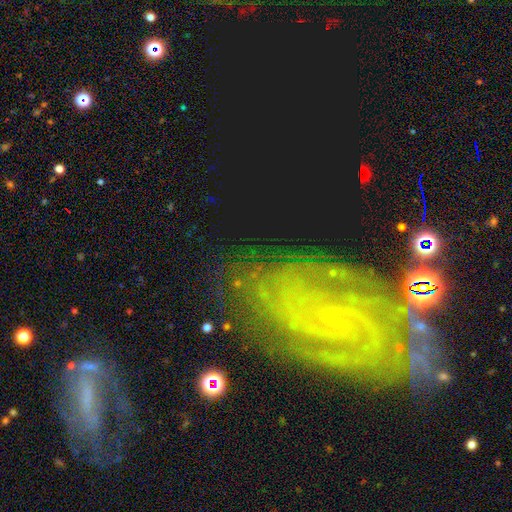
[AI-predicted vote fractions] Smooth or featured? featured or disk (81%)
Edge-on disk? no (96%)
Bar? no (59%)
Spiral arms? yes (96%)
Spiral winding? tight (66%)
Spiral arm count? 2 (38%)
Bulge size? small (79%)
Merging? none (69%)